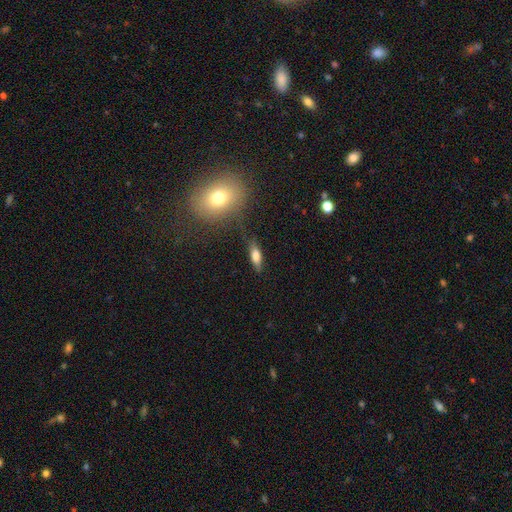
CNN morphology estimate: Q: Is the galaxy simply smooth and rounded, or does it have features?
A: smooth — 71%.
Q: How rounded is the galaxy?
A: in between — 56%.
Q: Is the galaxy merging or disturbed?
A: none — 73%.